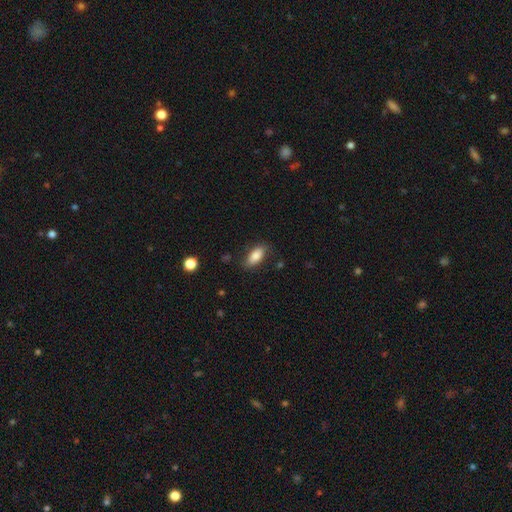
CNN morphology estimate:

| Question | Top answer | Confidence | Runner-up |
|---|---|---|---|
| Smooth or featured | smooth | 83% | featured or disk (10%) |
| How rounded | in between | 86% | cigar-shaped (11%) |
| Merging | none | 78% | minor disturbance (16%) |